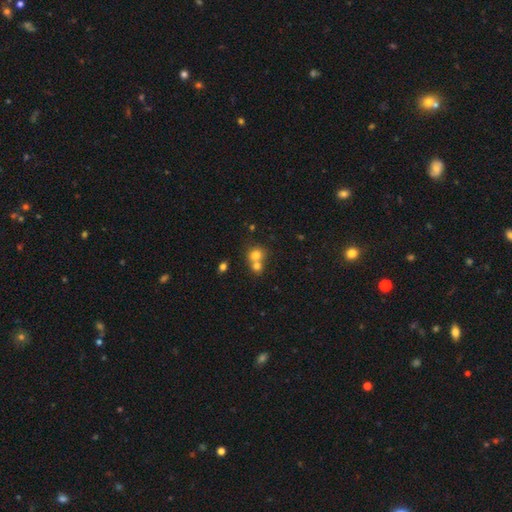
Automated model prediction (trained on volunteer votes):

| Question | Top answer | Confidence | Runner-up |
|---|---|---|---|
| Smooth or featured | smooth | 74% | featured or disk (13%) |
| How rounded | round | 78% | in between (21%) |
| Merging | merger | 57% | none (35%) |